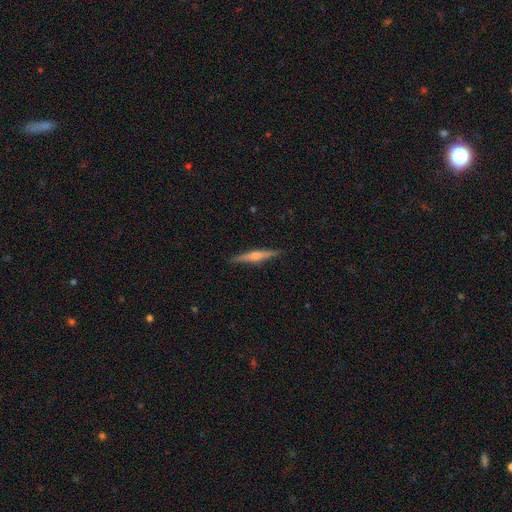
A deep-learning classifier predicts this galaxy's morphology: A featured or disk galaxy (66%) viewed edge-on (98%) with a rounded central bulge (81%). Merging: none (91%).